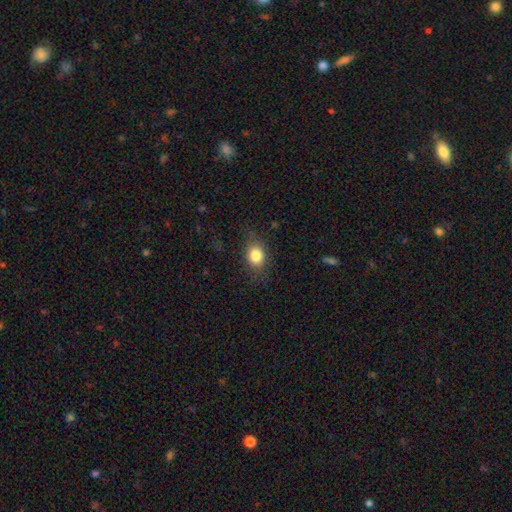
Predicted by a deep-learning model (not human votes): smooth 82%, star or artifact 9%, featured or disk 9%. Down the decision tree: how rounded — in between (60%); merging — none (75%).